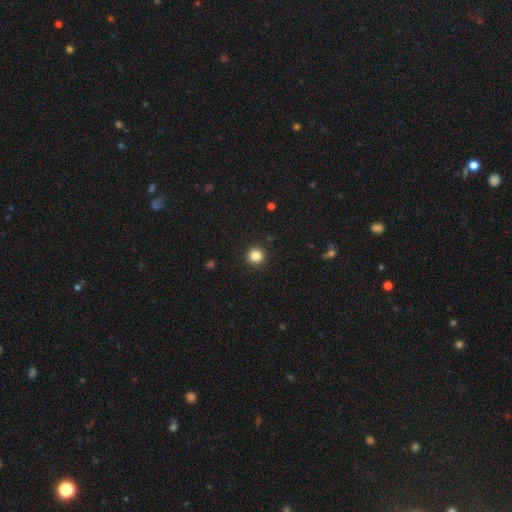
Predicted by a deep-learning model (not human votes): Overall: smooth (84%). How rounded: round (95%). Merging: none (93%).